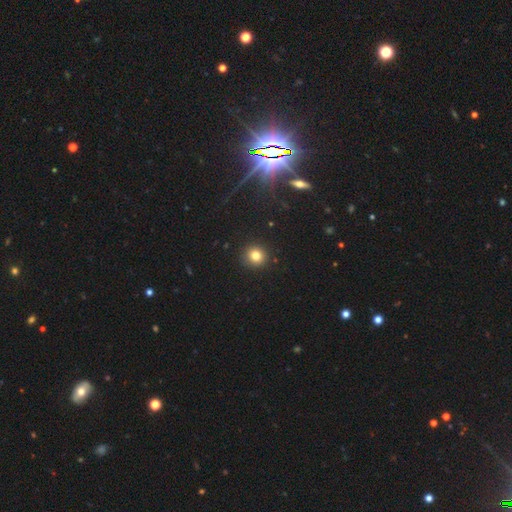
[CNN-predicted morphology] This is clearly a smooth galaxy (80%). How rounded: clearly round (91%). Merging: clearly none (92%).